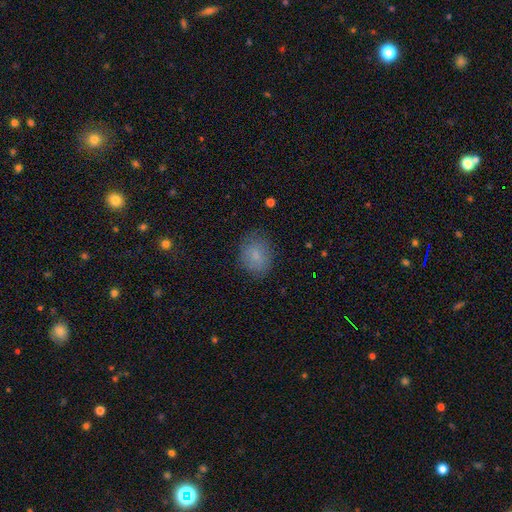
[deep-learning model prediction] This appears to be a smooth galaxy with no disk features (80%) that is in between round and cigar-shaped (55%). Merging: none (78%).